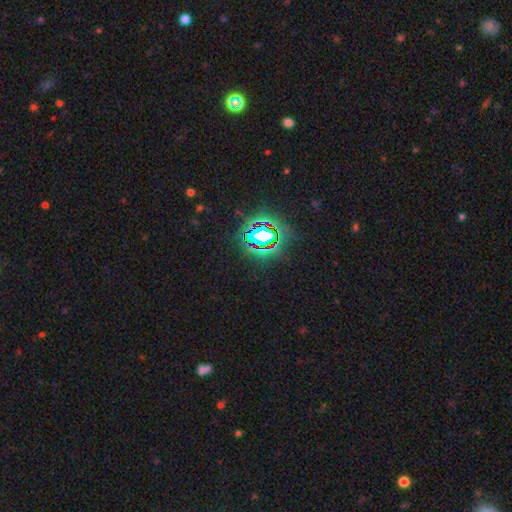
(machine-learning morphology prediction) Q: Smooth or featured?
A: star or artifact (81%); runner-up: smooth (11%)